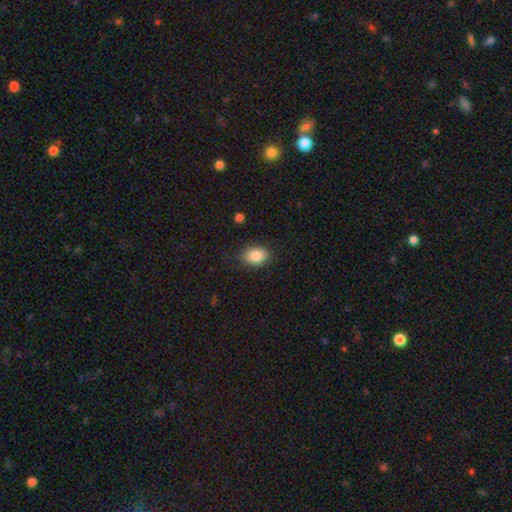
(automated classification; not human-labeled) Smooth or featured: smooth — 86% (star or artifact — 8%)
How rounded: in between — 81% (round — 18%)
Merging: none — 85% (minor disturbance — 11%)